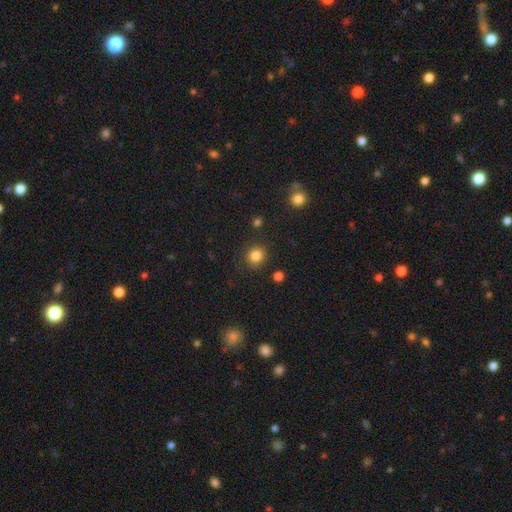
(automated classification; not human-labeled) smooth_or_featured: smooth (p=0.83) [alt: star or artifact p=0.12]
how_rounded: round (p=0.86) [alt: in between p=0.13]
merging: none (p=0.85) [alt: minor disturbance p=0.09]